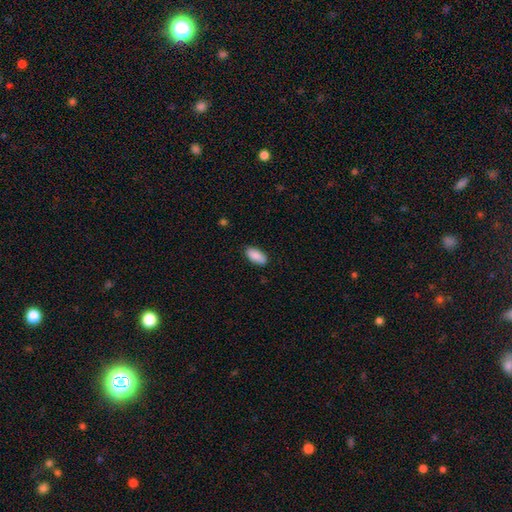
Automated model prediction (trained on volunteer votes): This appears to be a smooth galaxy with no disk features (88%) that is in between round and cigar-shaped (88%). Merging: none (86%).